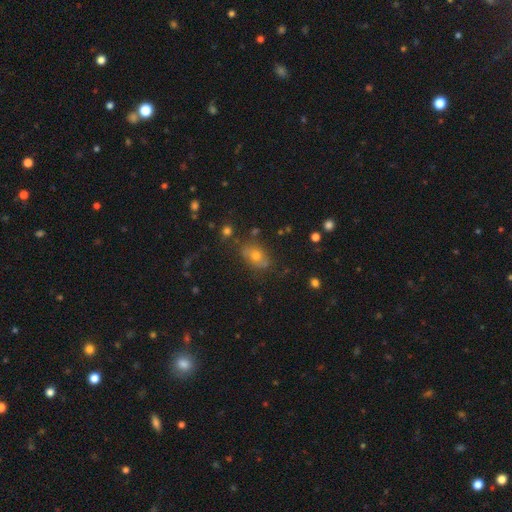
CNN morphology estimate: Smooth or featured?
  - smooth: 57% *
  - featured or disk: 23%
  - star or artifact: 20%
How rounded?
  - in between: 71% *
  - round: 26%
  - cigar-shaped: 3%
Merging?
  - none: 72% *
  - minor disturbance: 17%
  - major disturbance: 6%
  - merger: 5%